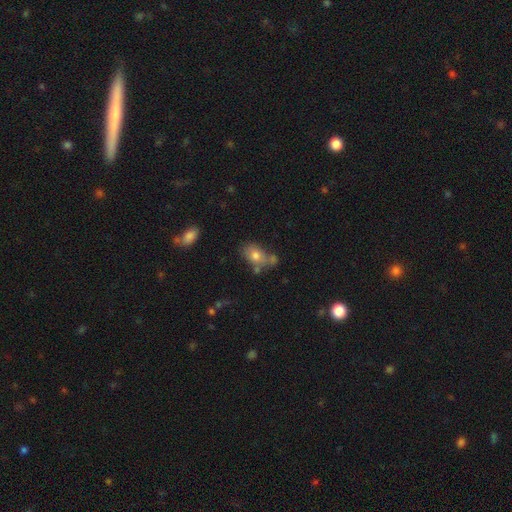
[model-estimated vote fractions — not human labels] Smooth or featured: smooth — 74% (featured or disk — 17%)
How rounded: in between — 78% (round — 20%)
Merging: none — 47% (merger — 25%)